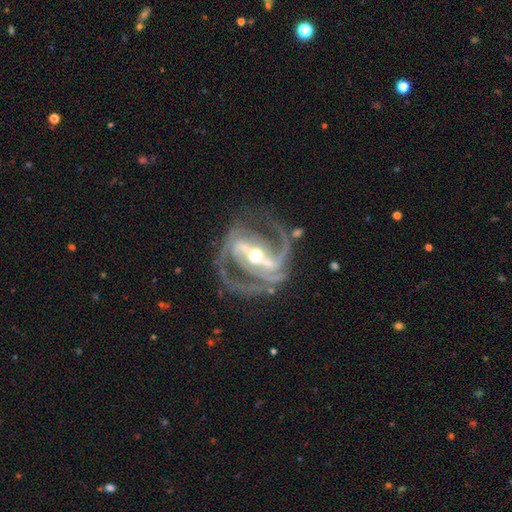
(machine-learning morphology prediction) Smooth or featured? featured or disk (93%)
Edge-on disk? no (97%)
Bar? strong (75%)
Spiral arms? yes (98%)
Spiral winding? medium (57%)
Spiral arm count? 2 (65%)
Bulge size? moderate (66%)
Merging? none (67%)